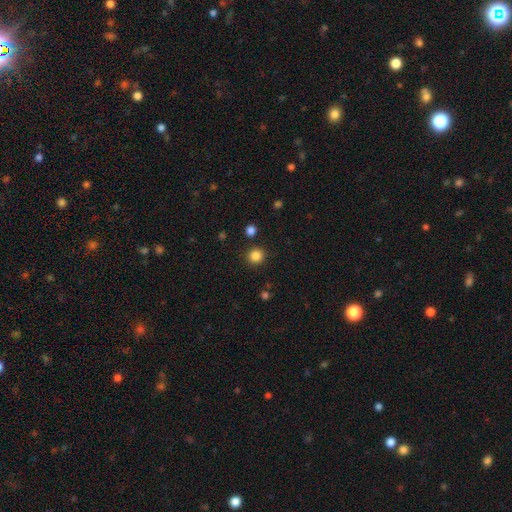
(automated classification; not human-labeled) This appears to be a smooth galaxy with no disk features (84%) that is round (93%). Merging: none (90%).